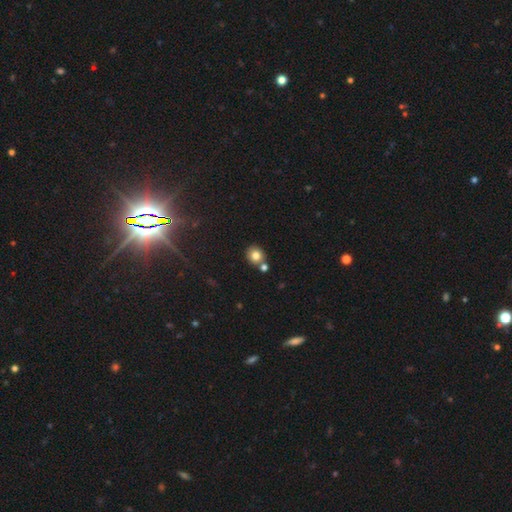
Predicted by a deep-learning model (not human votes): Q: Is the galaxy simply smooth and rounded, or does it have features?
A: smooth — 80%.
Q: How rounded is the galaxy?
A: round — 78%.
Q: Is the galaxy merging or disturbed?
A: none — 68%.